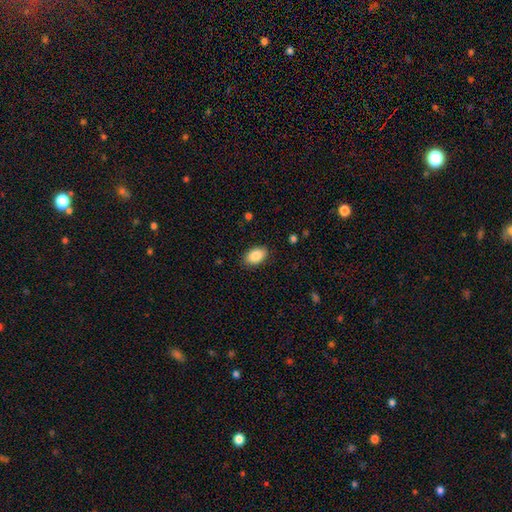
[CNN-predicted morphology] Smooth or featured?
  - smooth: 89% *
  - star or artifact: 7%
  - featured or disk: 5%
How rounded?
  - in between: 91% *
  - round: 8%
  - cigar-shaped: 1%
Merging?
  - none: 87% *
  - minor disturbance: 10%
  - major disturbance: 2%
  - merger: 1%